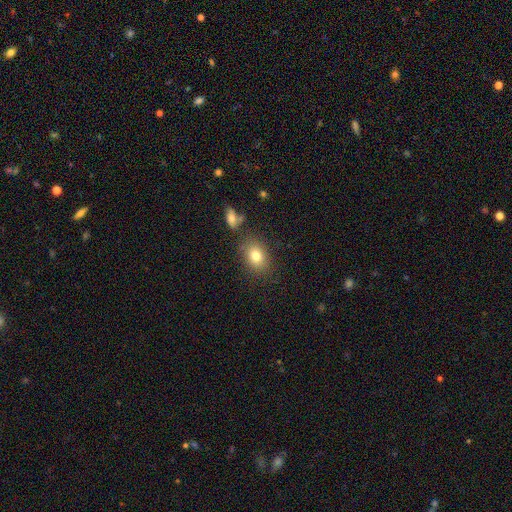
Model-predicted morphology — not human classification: Smooth or featured? Predicted: smooth (p=0.79). How rounded? Predicted: in between (p=0.65). Merging? Predicted: none (p=0.79).